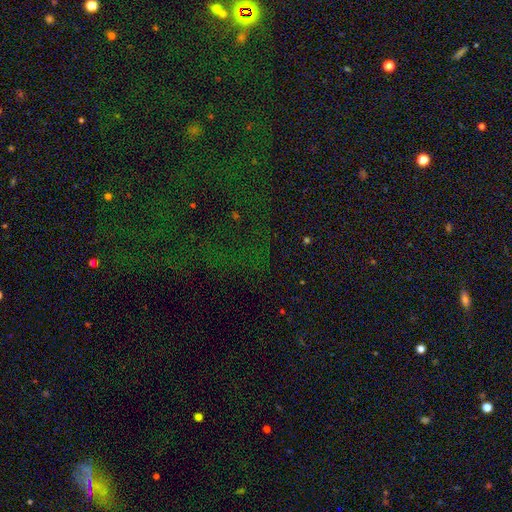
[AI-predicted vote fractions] star or artifact 78%, smooth 13%, featured or disk 9%.